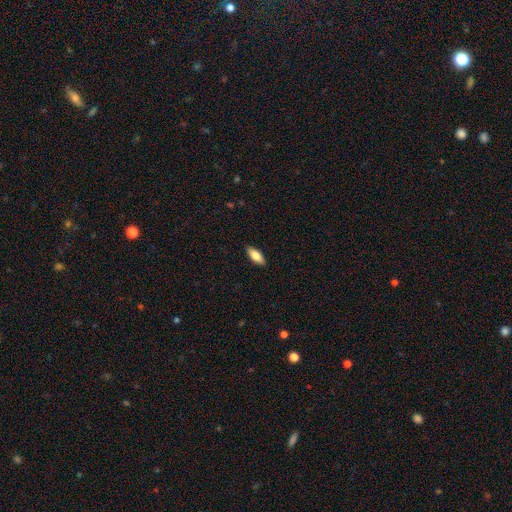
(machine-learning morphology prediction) A smooth galaxy with no disk features (81%) that is in between round and cigar-shaped (79%). Merging: none (89%).